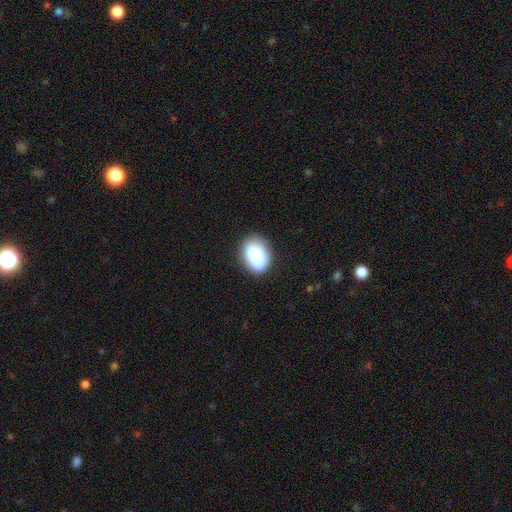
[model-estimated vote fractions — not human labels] smooth_or_featured: smooth (p=0.84) [alt: featured or disk p=0.08]
how_rounded: in between (p=0.76) [alt: round p=0.23]
merging: none (p=0.79) [alt: minor disturbance p=0.15]